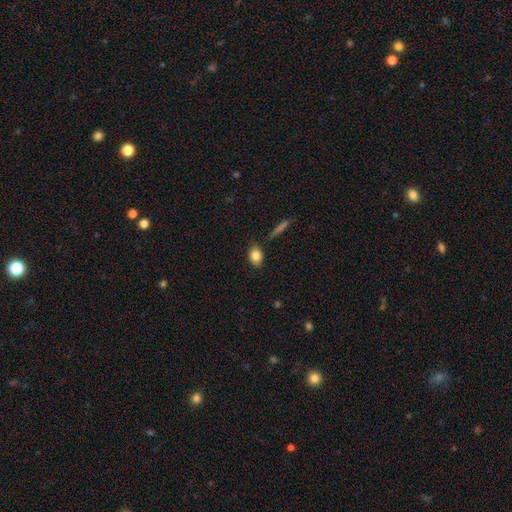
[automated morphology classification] The model was most divided on "how rounded": in between: 71%, round: 26%, cigar-shaped: 3%. More confident: smooth or featured — smooth (83%); merging — none (82%).